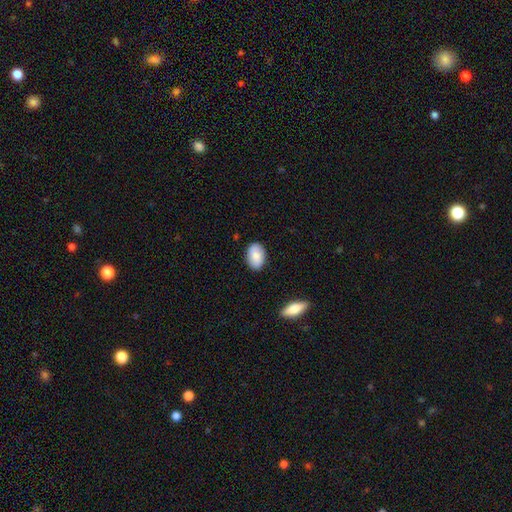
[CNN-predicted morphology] smooth 84%, featured or disk 10%, star or artifact 6%. Down the decision tree: how rounded — in between (91%); merging — none (86%).